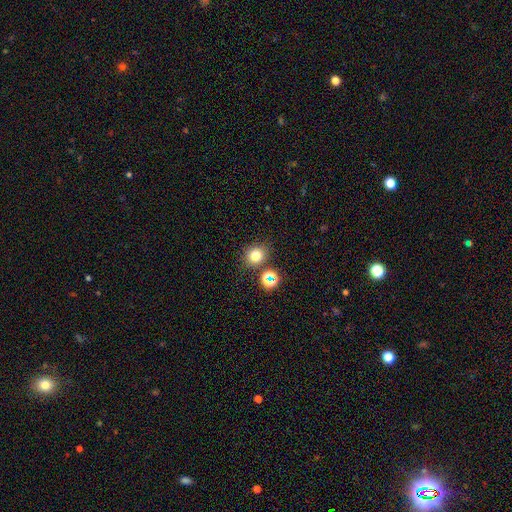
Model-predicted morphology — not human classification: type=smooth (75%); roundness=round (73%); merging=none (78%).